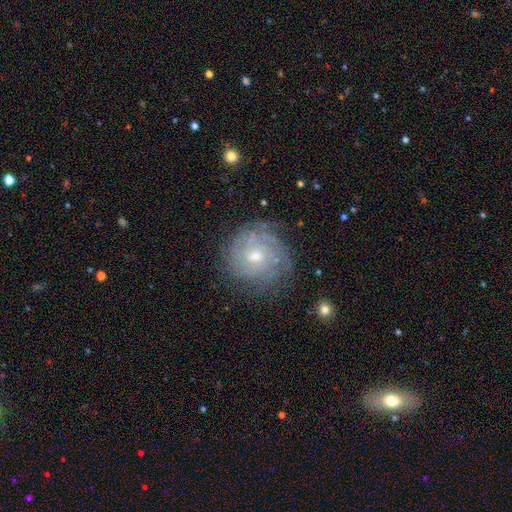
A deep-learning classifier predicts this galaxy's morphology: smooth-or-featured: featured or disk: 81% | smooth: 11% | star or artifact: 8%
  disk-edge-on: no: 97% | yes: 3%
    bar: no: 59% | weak: 35% | strong: 6%
    has-spiral-arms: yes: 95% | no: 5%
      spiral-winding: tight: 75% | medium: 20% | loose: 5%
      spiral-arm-count: can't tell: 39% | 4: 18% | 3: 17% | 2: 11% | more than 4: 10% | 1: 6%
    bulge-size: moderate: 50% | small: 46% | large: 2% | none: 1% | dominant: 1%
  merging: none: 77% | minor disturbance: 15% | major disturbance: 6% | merger: 1%